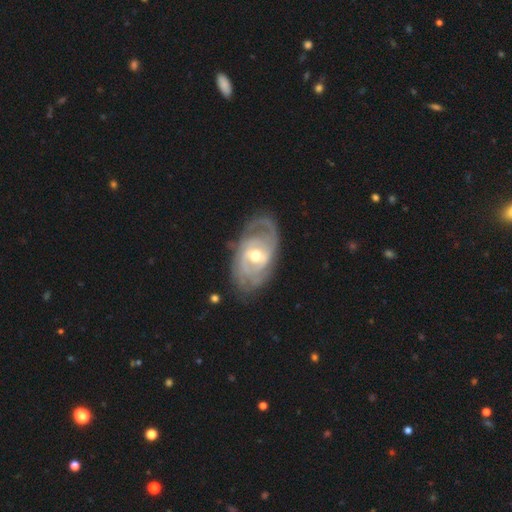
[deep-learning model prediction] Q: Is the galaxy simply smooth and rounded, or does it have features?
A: featured or disk — 87%.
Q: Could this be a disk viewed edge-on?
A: no — 96%.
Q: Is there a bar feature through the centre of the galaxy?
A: weak — 50%.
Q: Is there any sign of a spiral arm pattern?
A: yes — 94%.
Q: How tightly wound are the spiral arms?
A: tight — 58%.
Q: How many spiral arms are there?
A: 2 — 38%.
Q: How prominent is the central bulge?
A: moderate — 70%.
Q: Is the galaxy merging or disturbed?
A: none — 72%.